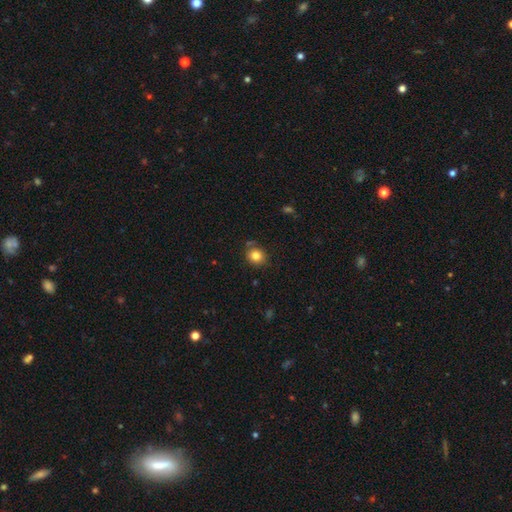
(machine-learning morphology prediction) This is clearly a smooth galaxy (82%). How rounded: likely round (79%). Merging: likely none (80%).